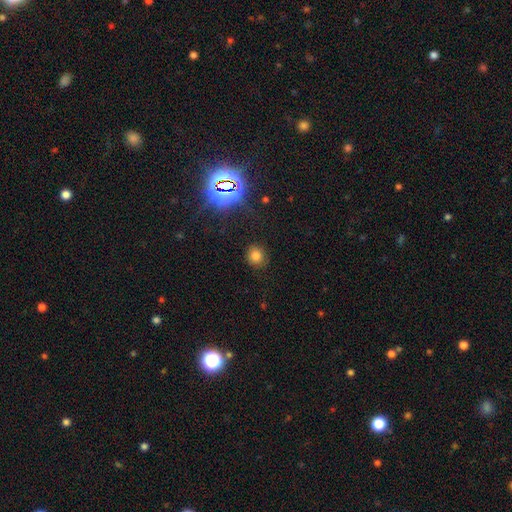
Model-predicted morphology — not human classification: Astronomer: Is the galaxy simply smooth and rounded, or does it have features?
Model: smooth — 76%.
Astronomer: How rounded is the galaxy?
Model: round — 84%.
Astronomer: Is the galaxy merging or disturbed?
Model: none — 85%.